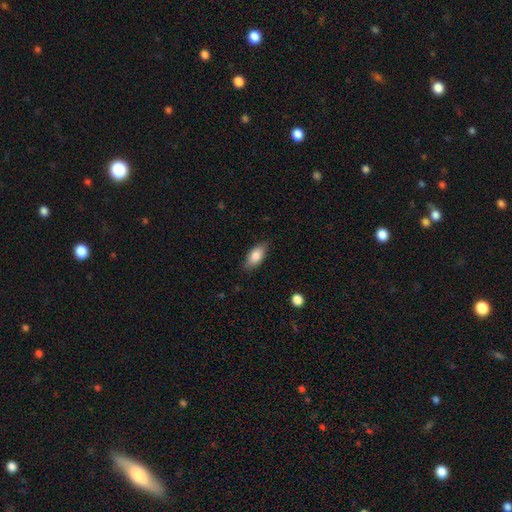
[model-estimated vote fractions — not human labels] The model was most divided on "merging": none: 83%, minor disturbance: 13%, major disturbance: 3%, merger: 1%. More confident: how rounded — in between (88%); smooth or featured — smooth (84%).